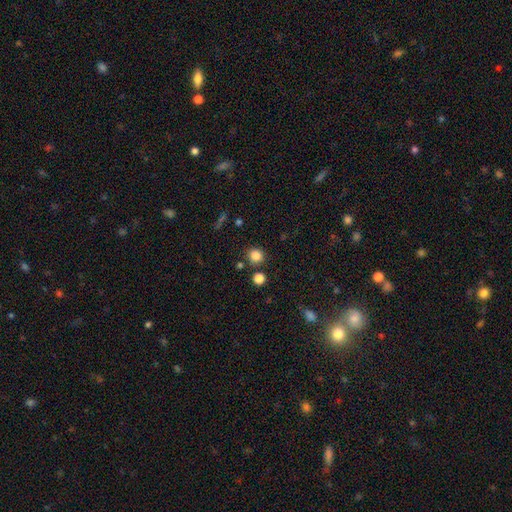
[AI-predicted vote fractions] Morphology: type=smooth (83%); roundness=round (89%); merging=none (82%).